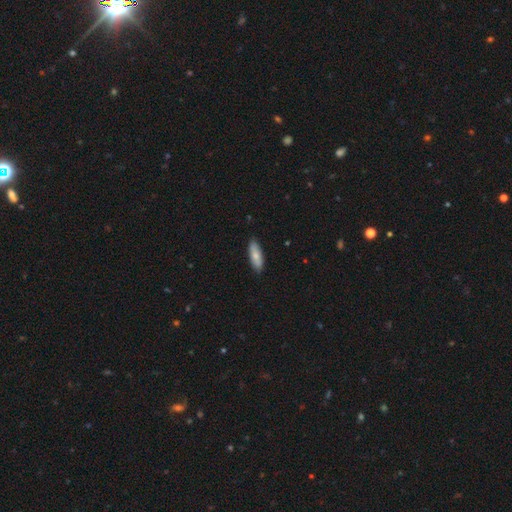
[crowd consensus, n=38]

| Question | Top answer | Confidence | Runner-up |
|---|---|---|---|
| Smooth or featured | smooth | 76% | featured or disk (16%) |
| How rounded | cigar-shaped | 66% | in between (34%) |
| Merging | none | 83% | minor disturbance (11%) |